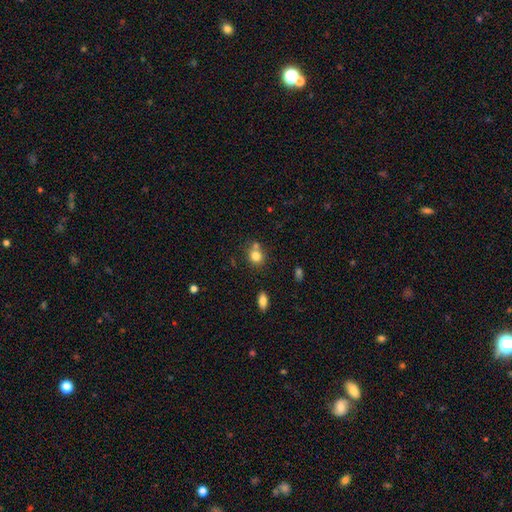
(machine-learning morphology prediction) This appears to be a smooth galaxy with no disk features (79%) that is round (75%). Merging: none (55%).